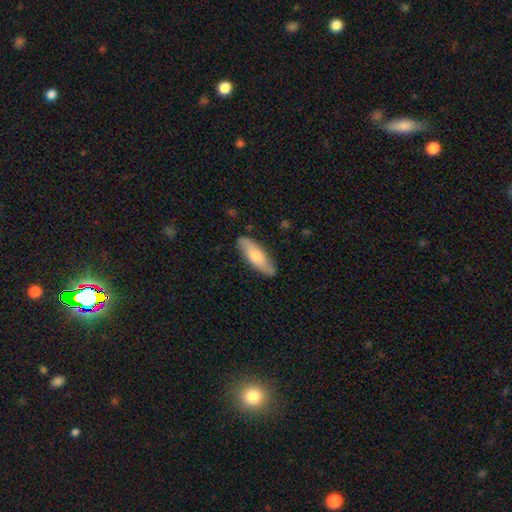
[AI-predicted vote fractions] smooth_or_featured: smooth (p=0.64) [alt: featured or disk p=0.31]
how_rounded: in between (p=0.53) [alt: cigar-shaped p=0.46]
merging: none (p=0.84) [alt: minor disturbance p=0.13]